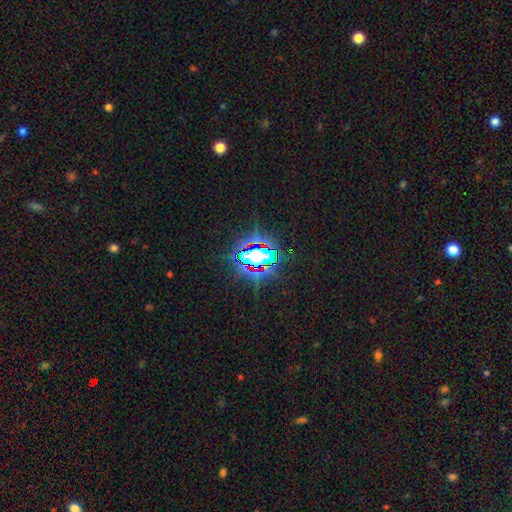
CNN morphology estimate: The model was most divided on "smooth or featured": star or artifact: 71%, smooth: 16%, featured or disk: 13%.